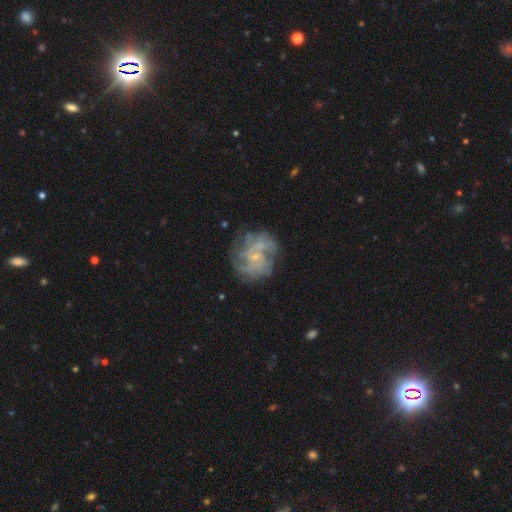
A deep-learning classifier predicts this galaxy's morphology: type=featured or disk (81%); edge-on=no (98%); bar=no (64%); spiral arms=yes (91%); winding=tight (45%); arm count=can't tell (31%); bulge=small (75%); merging=none (71%).